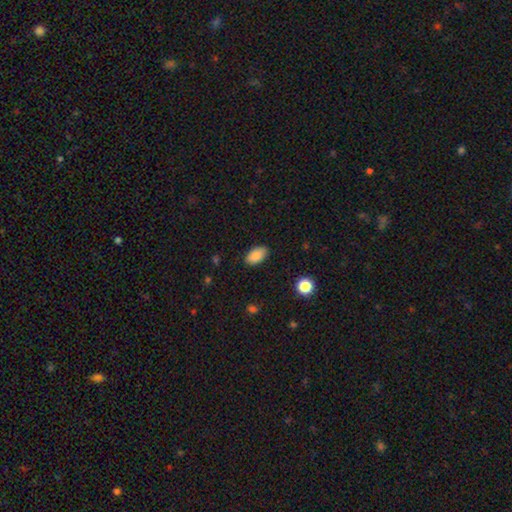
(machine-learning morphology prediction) Smooth or featured?
  - smooth: 87% *
  - star or artifact: 8%
  - featured or disk: 6%
How rounded?
  - in between: 93% *
  - round: 5%
  - cigar-shaped: 2%
Merging?
  - none: 86% *
  - minor disturbance: 11%
  - major disturbance: 2%
  - merger: 1%